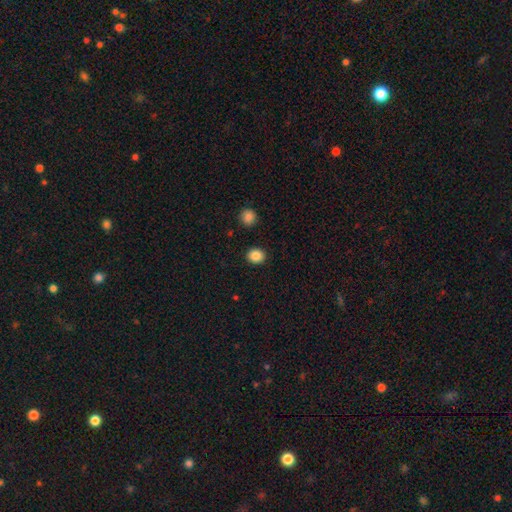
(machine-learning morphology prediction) Smooth or featured? Predicted: smooth (p=0.86). How rounded? Predicted: round (p=0.75). Merging? Predicted: none (p=0.91).